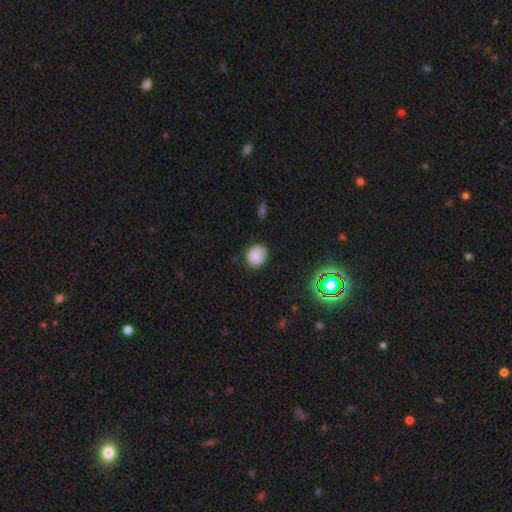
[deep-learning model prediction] Smooth or featured? Predicted: smooth (p=0.82). How rounded? Predicted: round (p=0.67). Merging? Predicted: none (p=0.73).